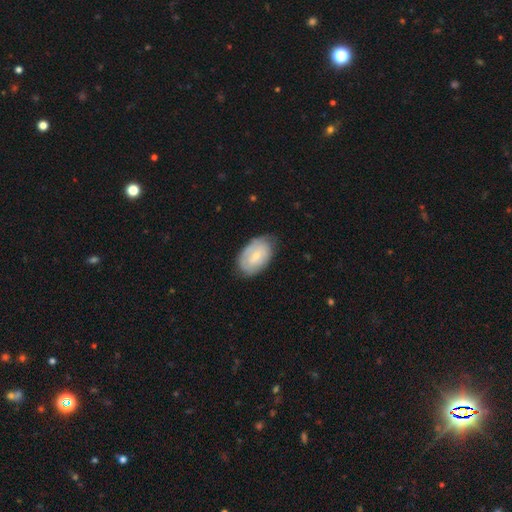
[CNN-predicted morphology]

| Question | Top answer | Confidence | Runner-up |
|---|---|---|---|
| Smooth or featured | smooth | 55% | featured or disk (39%) |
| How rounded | in between | 91% | round (7%) |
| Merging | none | 71% | minor disturbance (23%) |